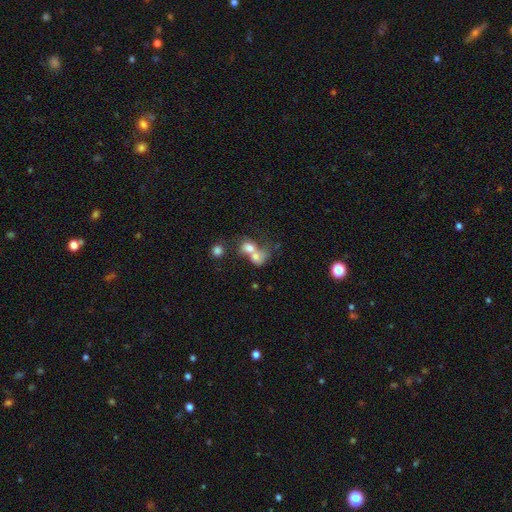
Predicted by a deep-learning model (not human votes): This appears to be a smooth galaxy with no disk features (67%) that is round (54%). Merging: merger (72%).